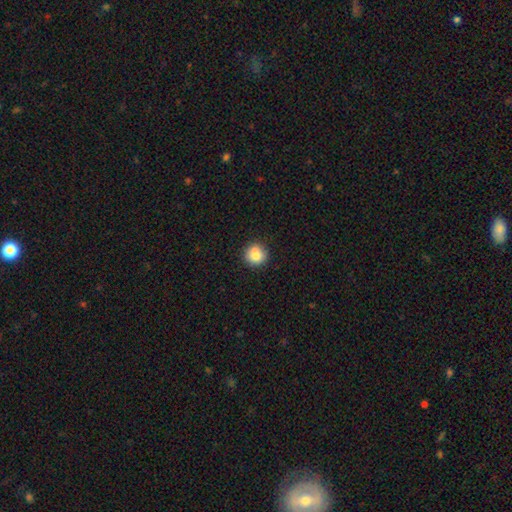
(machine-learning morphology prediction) This is clearly a smooth galaxy (81%). How rounded: clearly round (92%). Merging: likely none (75%).